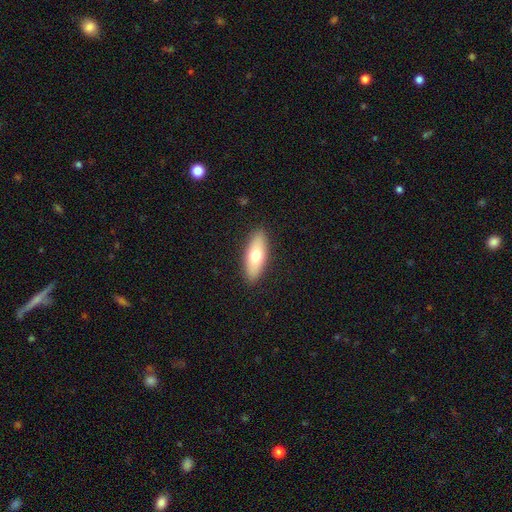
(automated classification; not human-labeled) smooth 68%, featured or disk 26%, star or artifact 6%. Down the decision tree: how rounded — in between (67%); merging — none (89%).